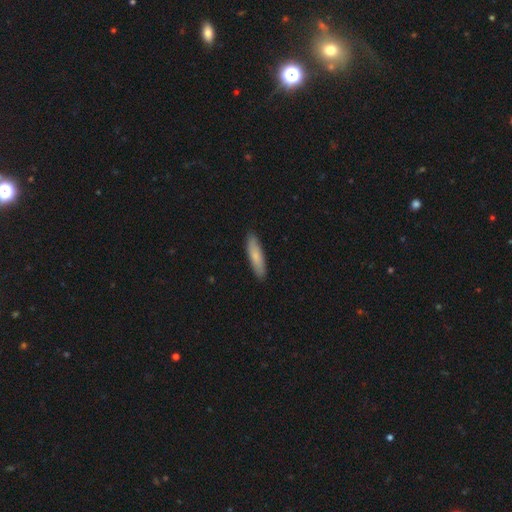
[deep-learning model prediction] smooth_or_featured: smooth (p=0.78) [alt: featured or disk p=0.17]
how_rounded: cigar-shaped (p=0.78) [alt: in between p=0.21]
merging: none (p=0.90) [alt: minor disturbance p=0.08]